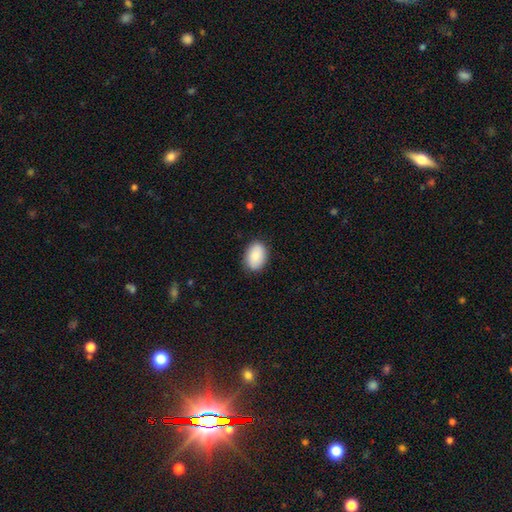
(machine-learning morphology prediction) Smooth or featured?
  - smooth: 84% *
  - featured or disk: 9%
  - star or artifact: 6%
How rounded?
  - in between: 83% *
  - round: 16%
  - cigar-shaped: 1%
Merging?
  - none: 87% *
  - minor disturbance: 10%
  - major disturbance: 2%
  - merger: 1%